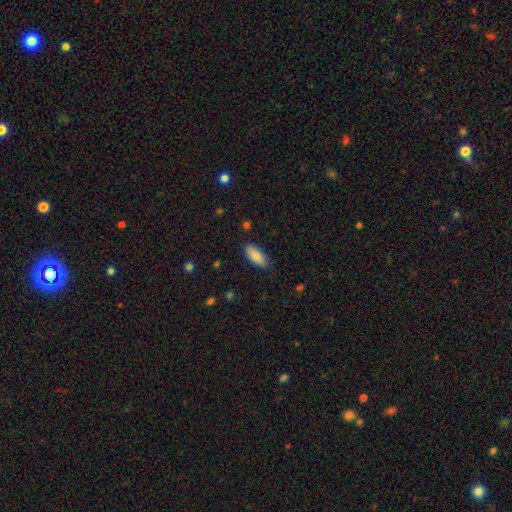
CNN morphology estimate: Smooth or featured: smooth — 87% (featured or disk — 7%)
How rounded: in between — 81% (cigar-shaped — 17%)
Merging: none — 86% (minor disturbance — 10%)